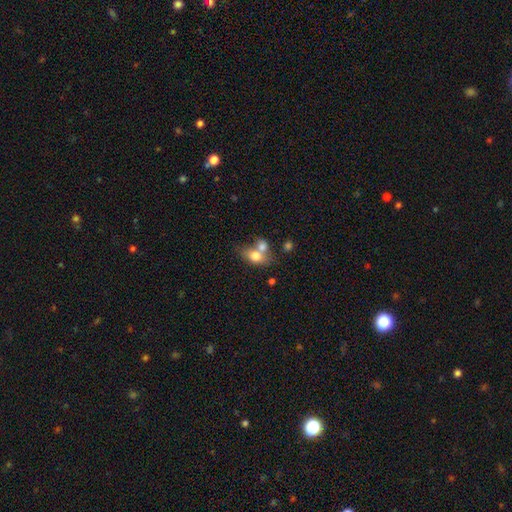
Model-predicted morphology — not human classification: Q: Smooth or featured?
A: smooth (75%); runner-up: featured or disk (17%)
Q: How rounded?
A: in between (72%); runner-up: round (25%)
Q: Merging?
A: merger (54%); runner-up: none (31%)